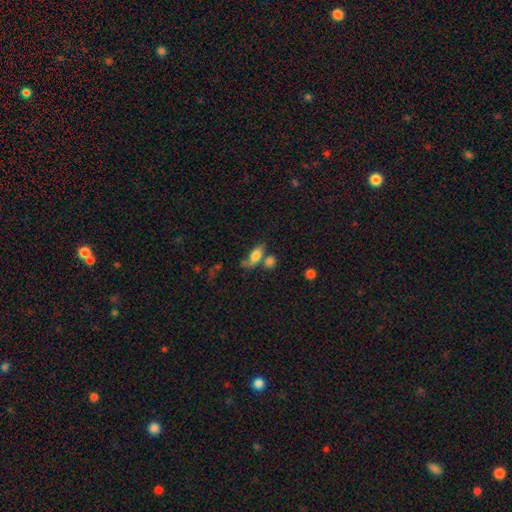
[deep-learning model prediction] This is likely a smooth galaxy (72%). How rounded: likely in between (72%). Merging: marginally none (45%).